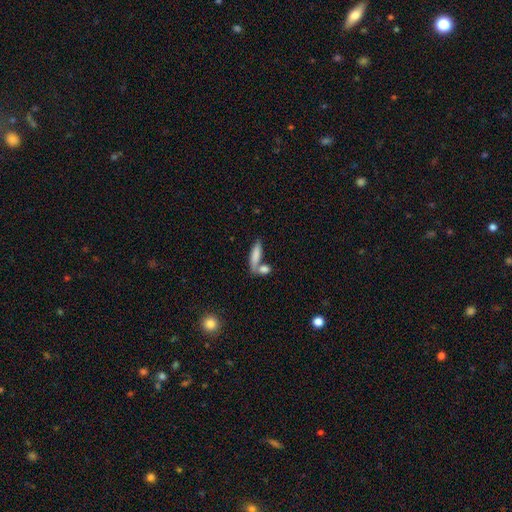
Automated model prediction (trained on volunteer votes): smooth_or_featured: smooth (p=0.79) [alt: featured or disk p=0.14]
how_rounded: cigar-shaped (p=0.56) [alt: in between p=0.41]
merging: none (p=0.48) [alt: merger p=0.36]